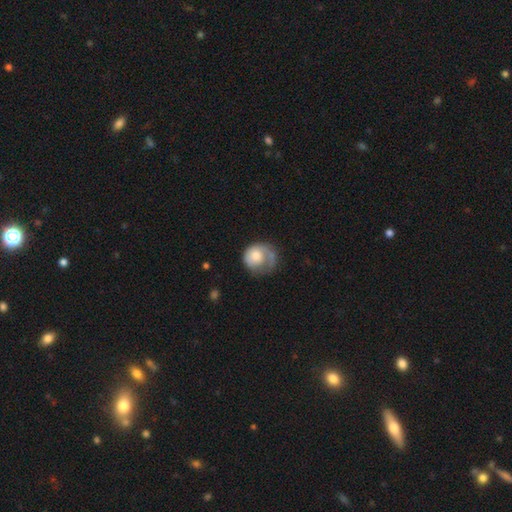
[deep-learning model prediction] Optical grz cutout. It shows a smooth galaxy with no disk features (59%) that is round (78%). Merging: none (38%).